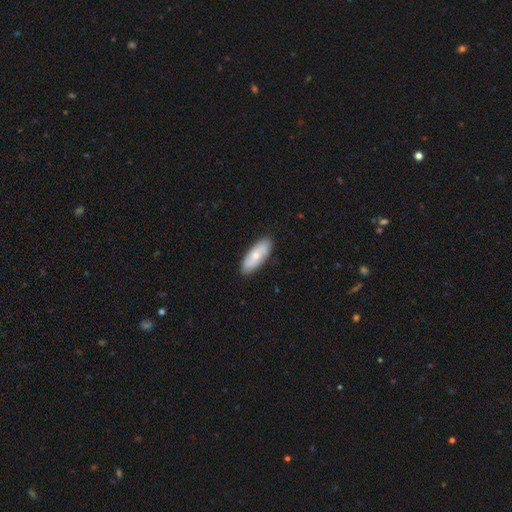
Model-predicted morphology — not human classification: A smooth galaxy with no disk features (61%) that is in between round and cigar-shaped (74%).

Vote fractions:
- Smooth or featured? smooth: 61% / featured or disk: 33% / star or artifact: 6%
- How rounded? in between: 74% / cigar-shaped: 24% / round: 2%
- Merging? none: 86% / minor disturbance: 11% / major disturbance: 2% / merger: 1%